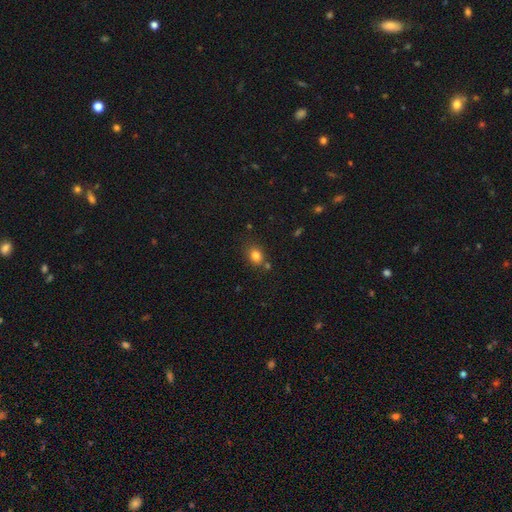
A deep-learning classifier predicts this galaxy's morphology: The model was most divided on "how rounded": in between: 50%, round: 49%, cigar-shaped: 1%. More confident: smooth or featured — smooth (81%); merging — none (73%).